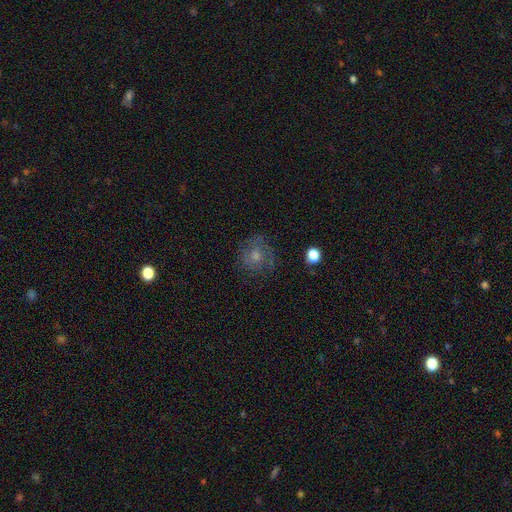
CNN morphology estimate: Smooth or featured: smooth — 52% (featured or disk — 34%)
How rounded: round — 82% (in between — 17%)
Merging: none — 69% (minor disturbance — 19%)